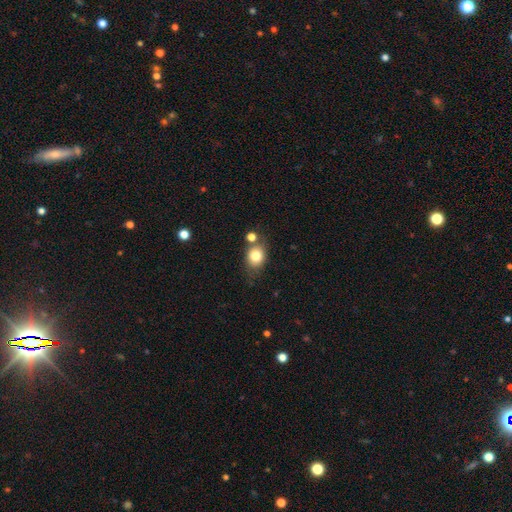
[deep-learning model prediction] This appears to be a smooth galaxy with no disk features (80%) that is round (58%). Merging: none (63%).